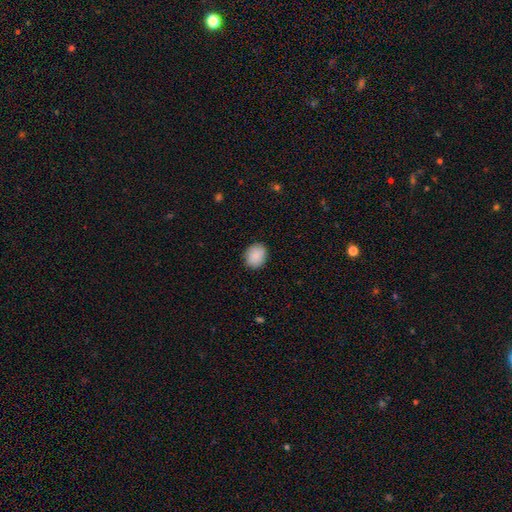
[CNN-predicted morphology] A smooth galaxy with no disk features (90%) that is round (58%). Merging: none (87%).